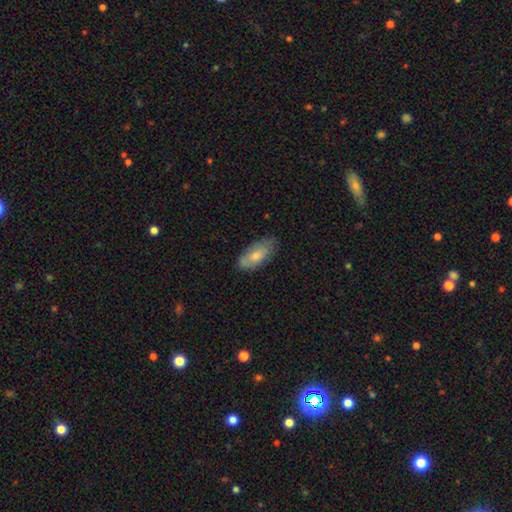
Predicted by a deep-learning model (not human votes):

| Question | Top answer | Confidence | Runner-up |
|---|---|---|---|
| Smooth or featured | smooth | 73% | featured or disk (21%) |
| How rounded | in between | 86% | cigar-shaped (12%) |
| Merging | none | 67% | minor disturbance (26%) |